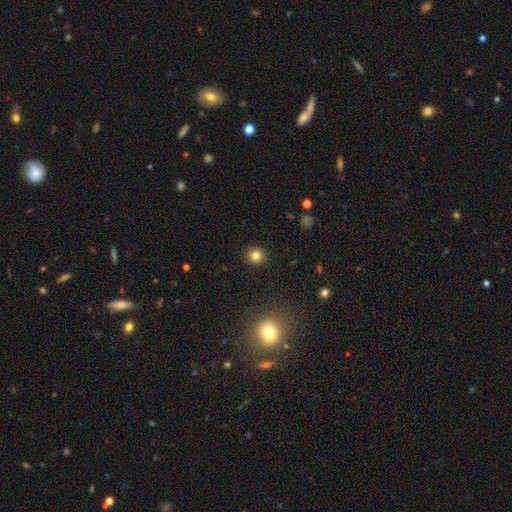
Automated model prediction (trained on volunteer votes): Overall: smooth (82%). How rounded: round (92%). Merging: none (91%).